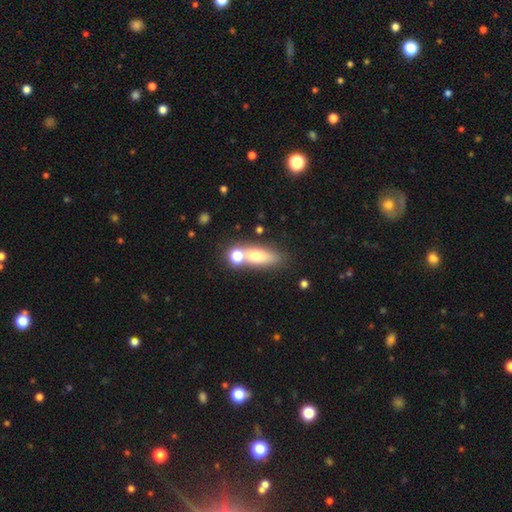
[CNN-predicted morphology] Smooth or featured? Predicted: smooth (p=0.65). How rounded? Predicted: in between (p=0.54). Merging? Predicted: none (p=0.53).